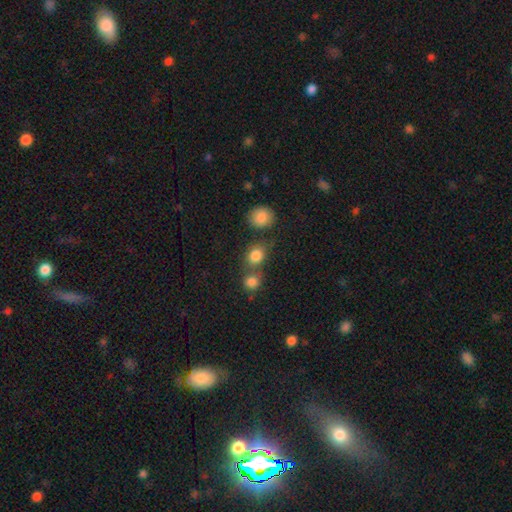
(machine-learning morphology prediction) This appears to be a smooth galaxy with no disk features (83%) that is round (62%). Merging: none (52%).